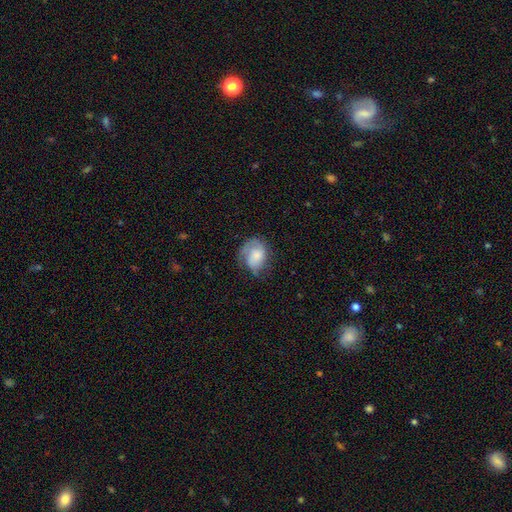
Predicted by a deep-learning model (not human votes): Overall: featured or disk (52%; smooth 41%). Edge-on disk: no (97%). Bar: no (70%). Spiral arms: yes (83%). Bulge size: moderate (31%; large 25%). Merging: none (50%; minor disturbance 28%).